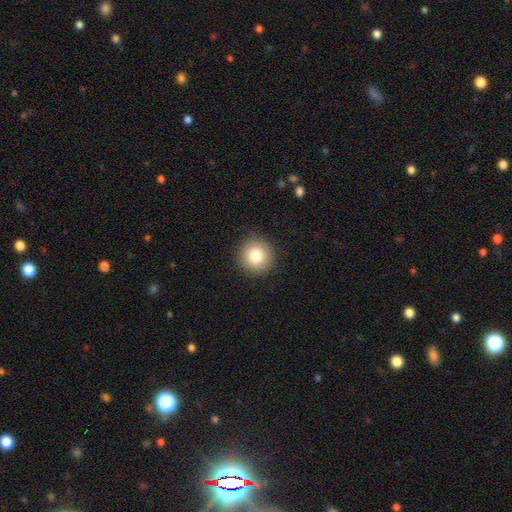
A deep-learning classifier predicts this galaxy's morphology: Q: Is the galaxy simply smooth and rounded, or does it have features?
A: smooth — 81%.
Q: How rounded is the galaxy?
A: round — 94%.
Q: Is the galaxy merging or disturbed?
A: none — 90%.